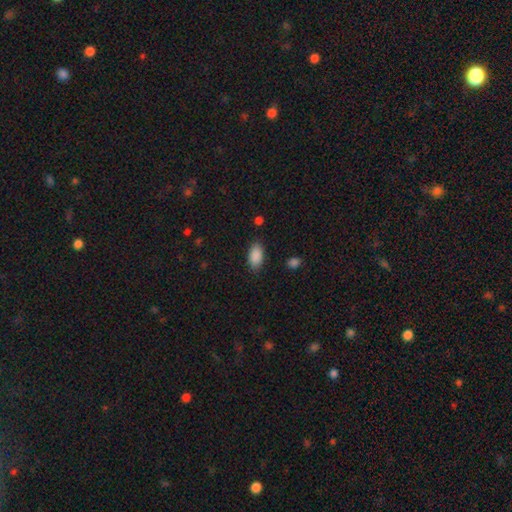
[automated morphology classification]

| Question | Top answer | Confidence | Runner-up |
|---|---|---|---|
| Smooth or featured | smooth | 89% | star or artifact (7%) |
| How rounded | in between | 93% | round (4%) |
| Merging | none | 85% | minor disturbance (11%) |